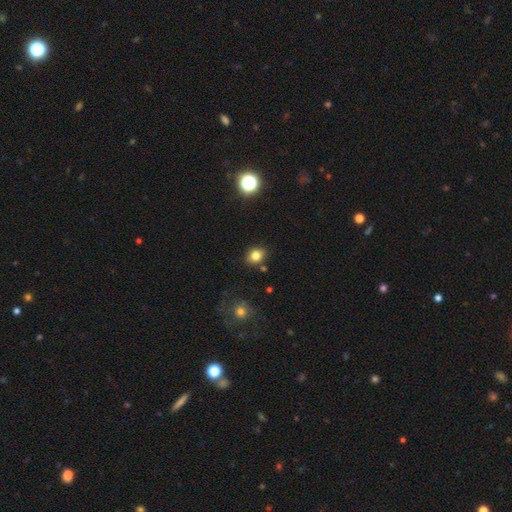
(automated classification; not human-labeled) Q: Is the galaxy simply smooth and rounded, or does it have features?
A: smooth — 80%.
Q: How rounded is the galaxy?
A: round — 55%.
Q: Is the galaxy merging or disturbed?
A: none — 83%.